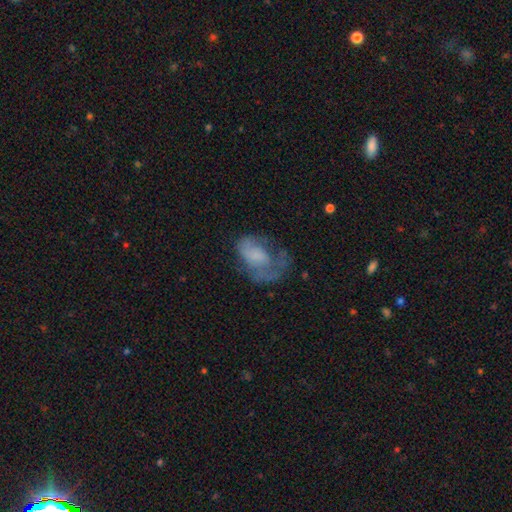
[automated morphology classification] This appears to be a featured or disk galaxy (49%). Merging: major disturbance (44%).